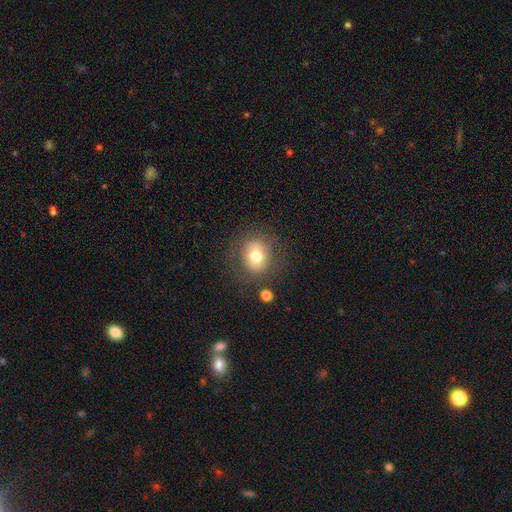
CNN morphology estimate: Smooth or featured?
  - smooth: 71% *
  - featured or disk: 18%
  - star or artifact: 11%
How rounded?
  - round: 79% *
  - in between: 20%
  - cigar-shaped: 1%
Merging?
  - none: 80% *
  - minor disturbance: 11%
  - major disturbance: 6%
  - merger: 3%